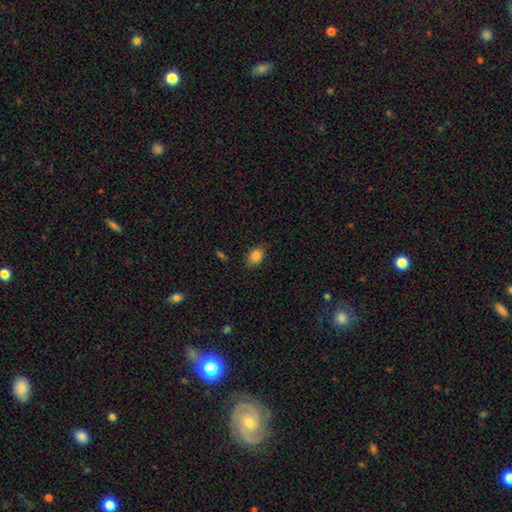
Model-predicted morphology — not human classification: smooth_or_featured: smooth (p=0.85) [alt: star or artifact p=0.09]
how_rounded: in between (p=0.85) [alt: round p=0.13]
merging: none (p=0.81) [alt: minor disturbance p=0.15]